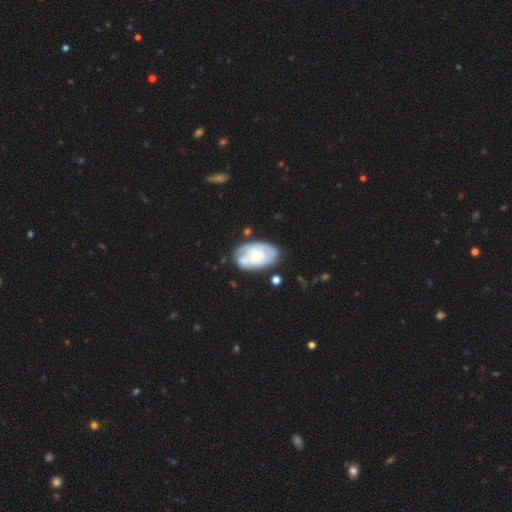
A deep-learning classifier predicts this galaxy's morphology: This appears to be a featured or disk galaxy (53%) with no bar (79%), spiral arms (62%) and a small central bulge (49%). Merging: none (61%).